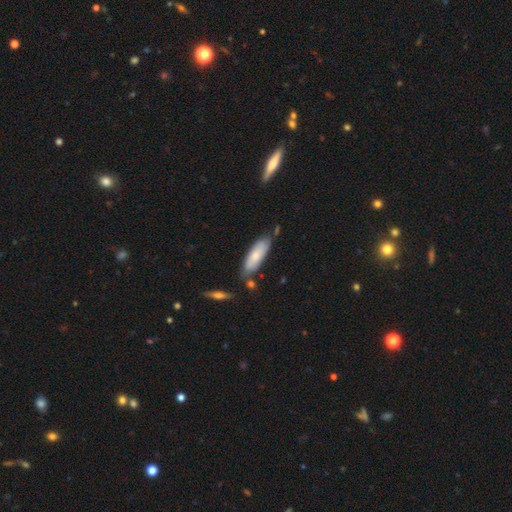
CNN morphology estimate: This appears to be a smooth galaxy with no disk features (73%) that is in between round and cigar-shaped (54%). Merging: none (71%).